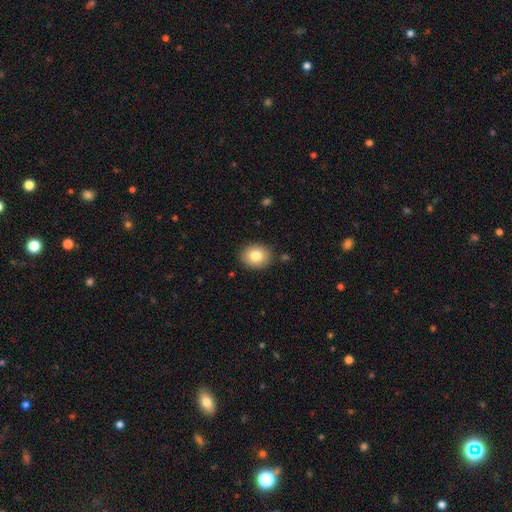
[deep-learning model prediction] Q: Smooth or featured?
A: smooth (82%); runner-up: featured or disk (10%)
Q: How rounded?
A: round (60%); runner-up: in between (39%)
Q: Merging?
A: none (88%); runner-up: minor disturbance (9%)